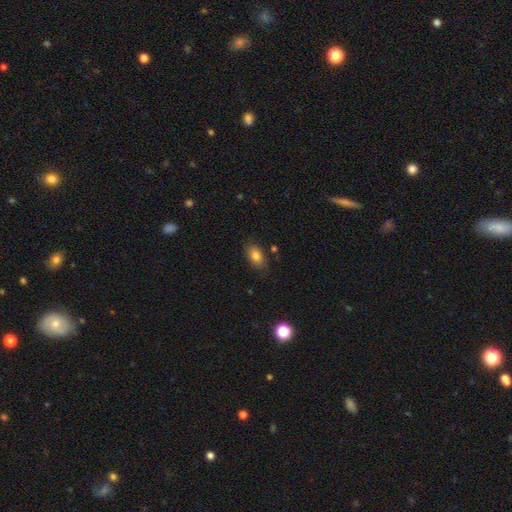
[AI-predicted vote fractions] Q: Smooth or featured?
A: smooth (81%); runner-up: featured or disk (10%)
Q: How rounded?
A: in between (87%); runner-up: round (10%)
Q: Merging?
A: none (82%); runner-up: minor disturbance (13%)